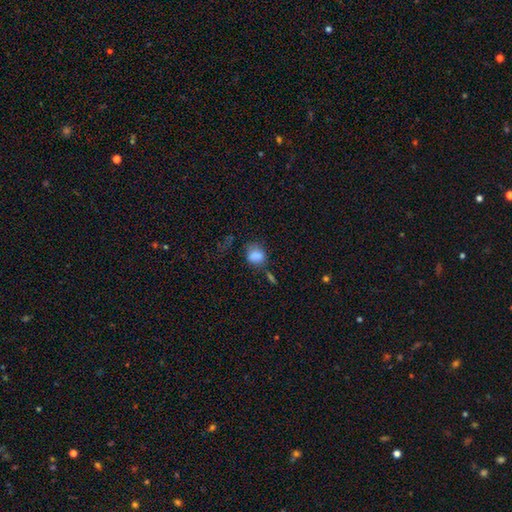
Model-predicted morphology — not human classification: type=smooth (81%); roundness=round (57%); merging=none (53%).